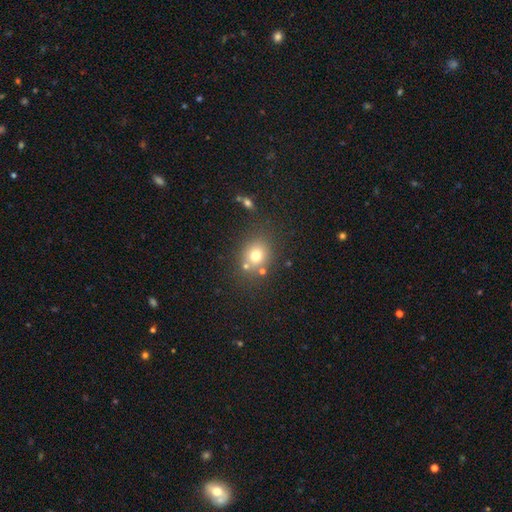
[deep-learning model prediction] A smooth galaxy with no disk features (73%) that is round (73%).

Vote fractions:
- Smooth or featured? smooth: 73% / star or artifact: 15% / featured or disk: 12%
- How rounded? round: 73% / in between: 26% / cigar-shaped: 1%
- Merging? none: 72% / merger: 12% / minor disturbance: 11% / major disturbance: 5%